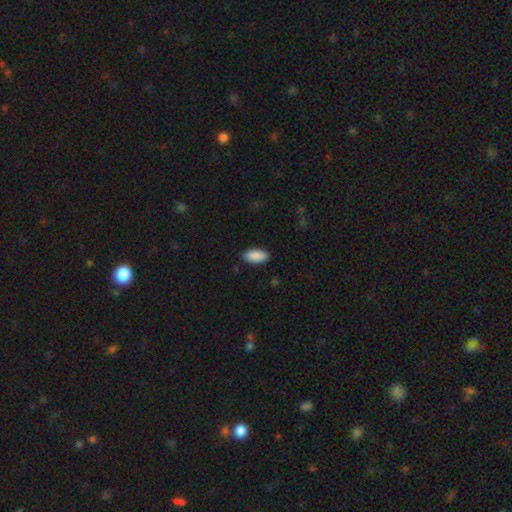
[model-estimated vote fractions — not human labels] Smooth or featured? smooth (91%)
How rounded? in between (89%)
Merging? none (89%)